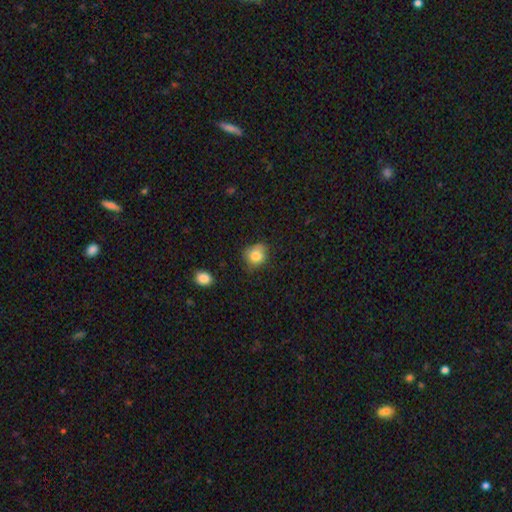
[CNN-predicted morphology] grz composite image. It shows a smooth galaxy with no disk features (83%) that is round (69%). Merging: none (64%).